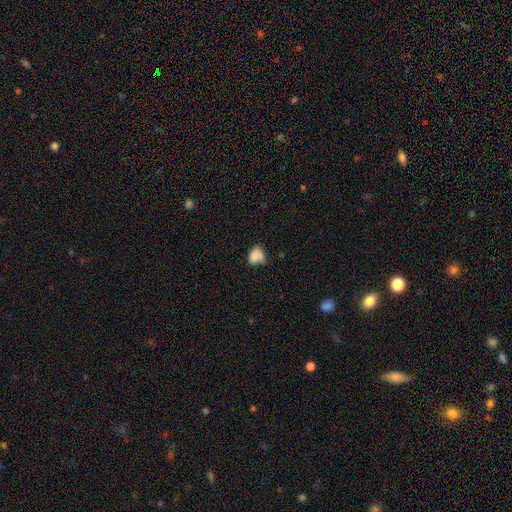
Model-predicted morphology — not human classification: Smooth or featured? Predicted: smooth (p=0.77). How rounded? Predicted: in between (p=0.70). Merging? Predicted: none (p=0.36).